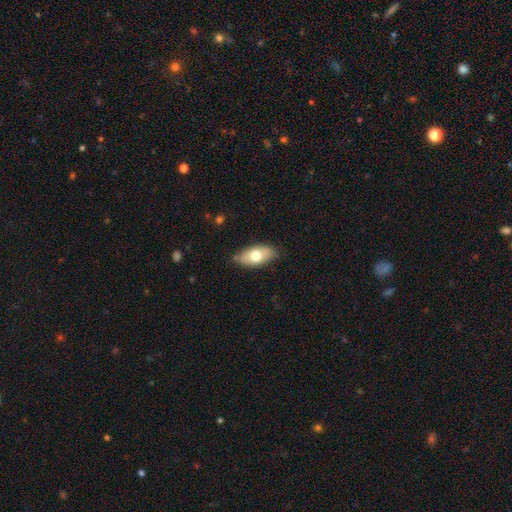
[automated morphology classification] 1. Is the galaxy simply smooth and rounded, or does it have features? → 69% smooth, 25% featured or disk, 6% star or artifact.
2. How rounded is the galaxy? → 89% in between, 7% cigar-shaped, 4% round.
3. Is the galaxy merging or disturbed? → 81% none, 15% minor disturbance, 3% major disturbance, 1% merger.